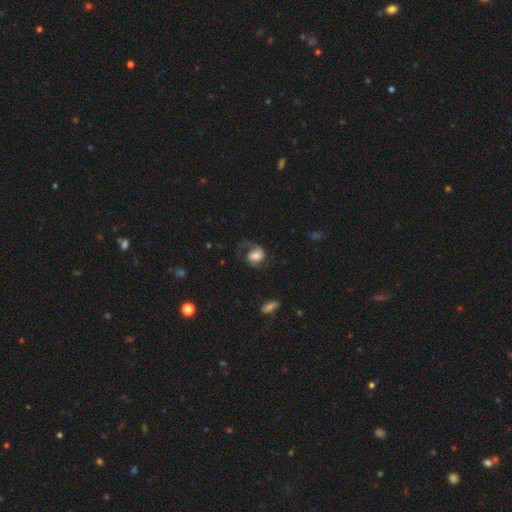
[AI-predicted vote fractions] Smooth or featured? featured or disk (51%)
Edge-on disk? no (97%)
Merging? none (41%)